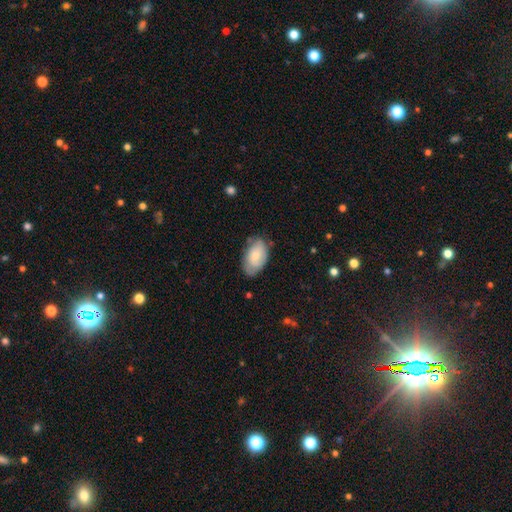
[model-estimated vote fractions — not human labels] The model was most divided on "smooth or featured": smooth: 63%, featured or disk: 31%, star or artifact: 7%. More confident: how rounded — in between (92%); merging — none (65%).